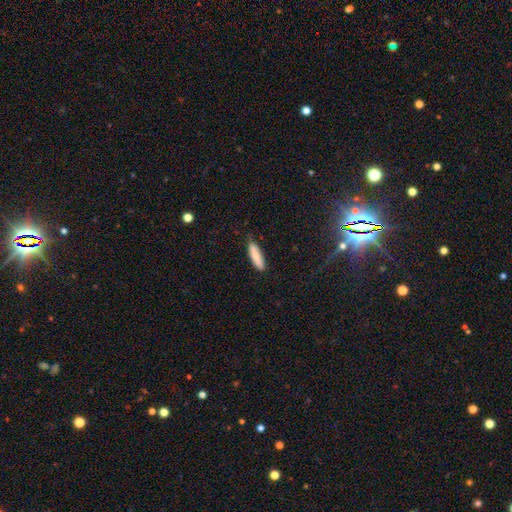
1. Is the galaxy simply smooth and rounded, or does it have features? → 86% smooth, 11% featured or disk, 3% star or artifact.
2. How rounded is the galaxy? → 72% cigar-shaped, 28% in between, 0% round.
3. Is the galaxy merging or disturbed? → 67% none, 25% minor disturbance, 8% major disturbance, 0% merger.